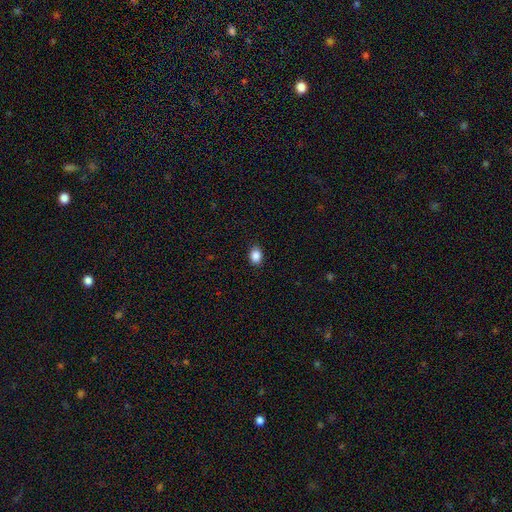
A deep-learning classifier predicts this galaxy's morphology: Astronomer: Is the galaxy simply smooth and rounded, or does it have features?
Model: smooth — 88%.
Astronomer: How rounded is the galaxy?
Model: in between — 59% (runner-up: round, 40%).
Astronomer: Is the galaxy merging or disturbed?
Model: none — 89%.